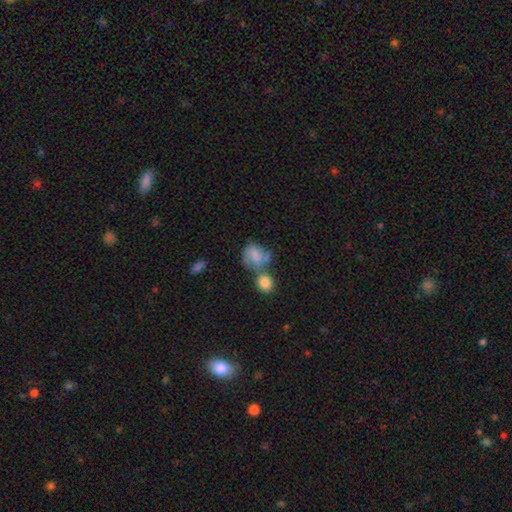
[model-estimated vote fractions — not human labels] The model was most divided on "how rounded": in between: 53%, round: 46%, cigar-shaped: 1%. Remaining: smooth or featured — smooth (69%); merging — merger (46%).